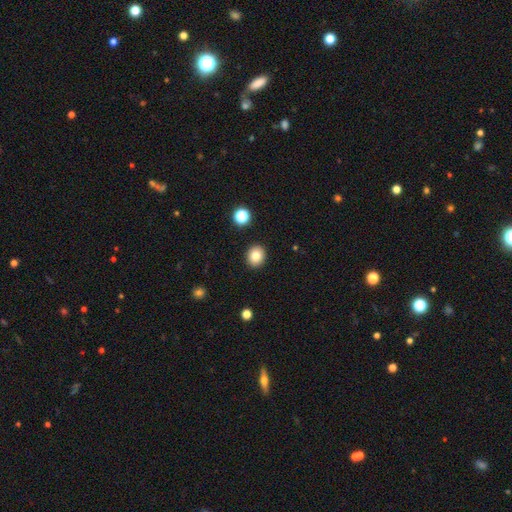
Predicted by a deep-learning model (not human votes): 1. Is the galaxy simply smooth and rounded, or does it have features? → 81% smooth, 11% star or artifact, 8% featured or disk.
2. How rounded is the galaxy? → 74% round, 25% in between, 1% cigar-shaped.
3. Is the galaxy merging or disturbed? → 91% none, 6% minor disturbance, 2% major disturbance, 1% merger.